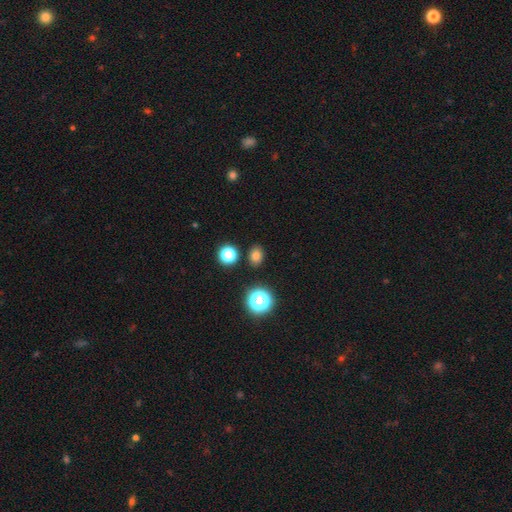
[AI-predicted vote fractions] smooth-or-featured: smooth: 78% | star or artifact: 17% | featured or disk: 5%
  how-rounded: in between: 59% | round: 39% | cigar-shaped: 1%
  merging: none: 86% | minor disturbance: 8% | merger: 3% | major disturbance: 2%